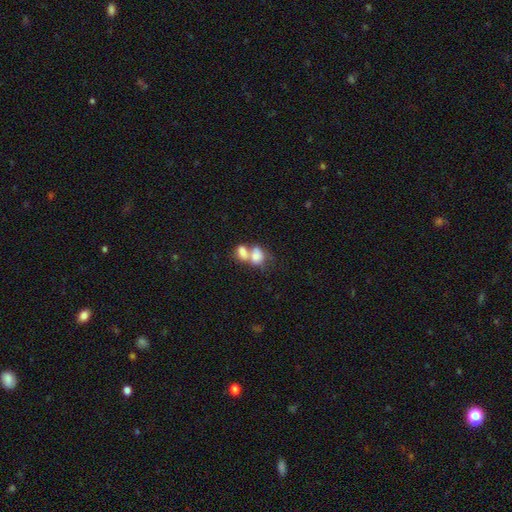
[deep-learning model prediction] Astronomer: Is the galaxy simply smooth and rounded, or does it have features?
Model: smooth — 73%.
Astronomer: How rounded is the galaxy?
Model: in between — 72%.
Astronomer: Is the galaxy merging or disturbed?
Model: merger — 74%.